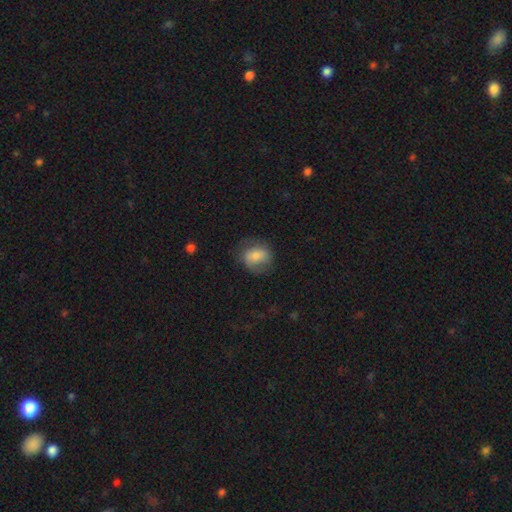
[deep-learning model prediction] A smooth galaxy with no disk features (69%) that is in between round and cigar-shaped (53%).

Vote fractions:
- Smooth or featured? smooth: 69% / featured or disk: 23% / star or artifact: 8%
- How rounded? in between: 53% / round: 46% / cigar-shaped: 1%
- Merging? none: 66% / minor disturbance: 21% / major disturbance: 11% / merger: 1%